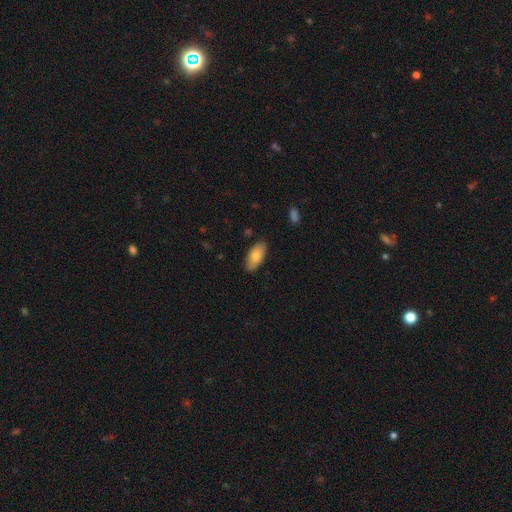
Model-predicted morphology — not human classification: This appears to be a smooth galaxy with no disk features (78%) that is in between round and cigar-shaped (90%). Merging: none (87%).